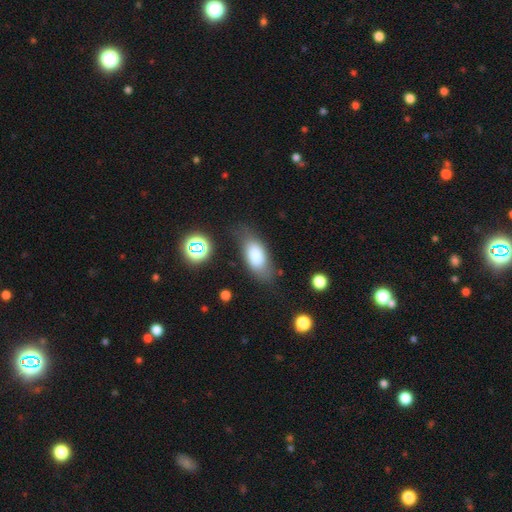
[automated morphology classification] Smooth or featured?
  - smooth: 79% *
  - featured or disk: 13%
  - star or artifact: 8%
How rounded?
  - in between: 87% *
  - cigar-shaped: 10%
  - round: 3%
Merging?
  - none: 67% *
  - minor disturbance: 21%
  - major disturbance: 8%
  - merger: 3%